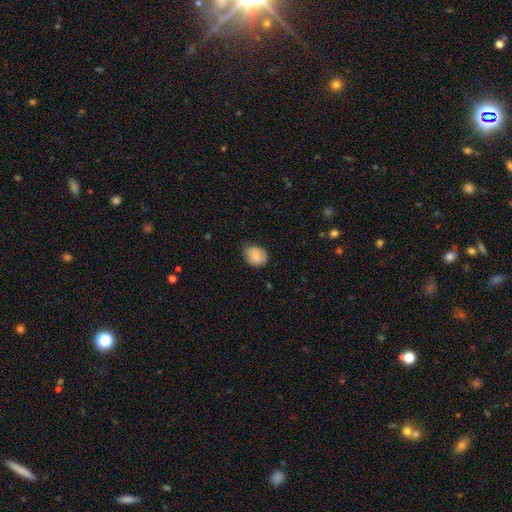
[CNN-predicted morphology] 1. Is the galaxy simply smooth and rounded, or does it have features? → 74% smooth, 18% featured or disk, 7% star or artifact.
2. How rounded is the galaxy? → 55% round, 44% in between, 1% cigar-shaped.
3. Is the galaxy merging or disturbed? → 63% none, 30% minor disturbance, 6% major disturbance, 1% merger.